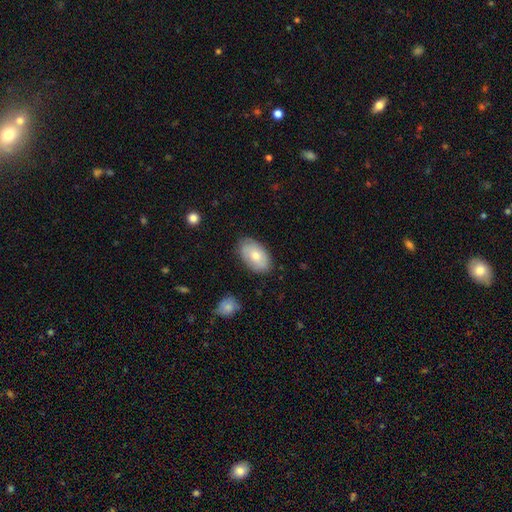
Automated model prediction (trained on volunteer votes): This is likely a smooth galaxy (67%). How rounded: clearly in between (93%). Merging: clearly none (81%).